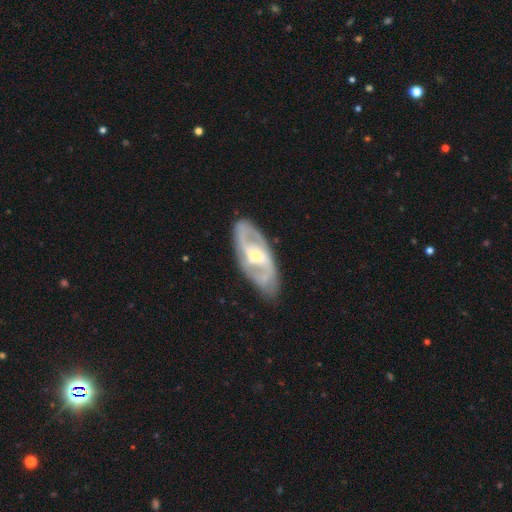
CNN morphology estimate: This appears to be a featured or disk galaxy (85%) with a weak bar (43%), 2 (84%) medium (50%) spiral arms (92%) and a moderate central bulge (49%). Merging: none (82%).